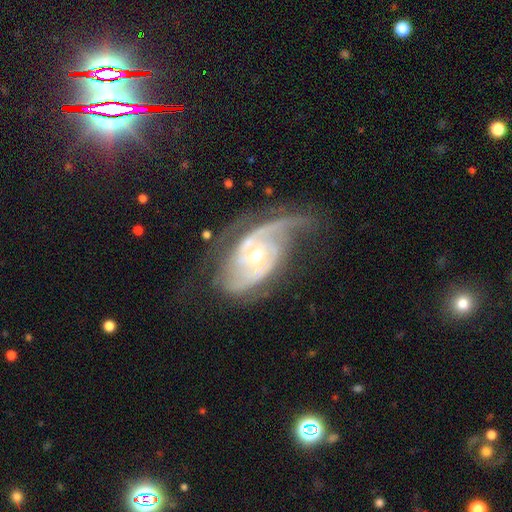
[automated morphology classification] Smooth or featured?
  - featured or disk: 89% *
  - smooth: 6%
  - star or artifact: 5%
Edge-on disk?
  - no: 95% *
  - yes: 5%
Bar?
  - no: 54% *
  - weak: 35%
  - strong: 11%
Spiral arms?
  - yes: 96% *
  - no: 4%
Spiral winding?
  - medium: 43% *
  - tight: 37%
  - loose: 20%
Spiral arm count?
  - 2: 58% *
  - can't tell: 14%
  - 3: 11%
  - 1: 11%
  - 4: 3%
  - more than 4: 3%
Bulge size?
  - moderate: 57% *
  - small: 39%
  - large: 3%
  - none: 1%
  - dominant: 1%
Merging?
  - none: 53% *
  - minor disturbance: 24%
  - major disturbance: 21%
  - merger: 3%